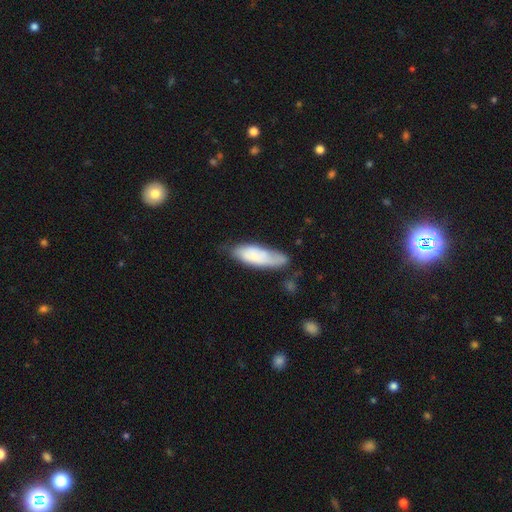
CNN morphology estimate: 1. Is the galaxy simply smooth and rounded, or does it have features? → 65% smooth, 29% featured or disk, 6% star or artifact.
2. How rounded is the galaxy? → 62% in between, 36% cigar-shaped, 2% round.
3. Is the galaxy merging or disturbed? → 55% none, 30% minor disturbance, 10% major disturbance, 5% merger.